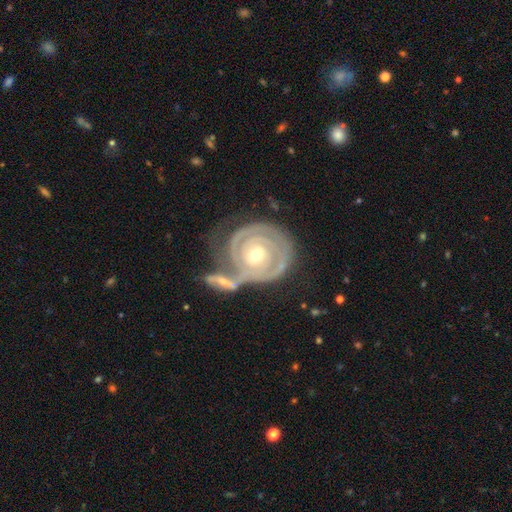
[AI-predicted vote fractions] Smooth or featured: featured or disk — 90% (smooth — 6%)
Edge-on disk: no — 97% (yes — 3%)
Bar: no — 73% (weak — 19%)
Spiral arms: yes — 96% (no — 4%)
Spiral winding: tight — 85% (medium — 12%)
Spiral arm count: 2 — 50% (can't tell — 18%)
Bulge size: moderate — 58% (small — 38%)
Merging: none — 44% (merger — 29%)